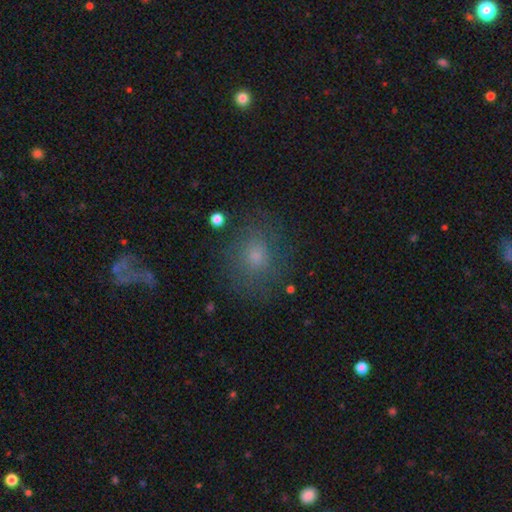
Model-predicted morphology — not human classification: A smooth galaxy with no disk features (55%) that is round (72%).

Vote fractions:
- Smooth or featured? smooth: 55% / featured or disk: 24% / star or artifact: 20%
- How rounded? round: 72% / in between: 27% / cigar-shaped: 1%
- Merging? none: 74% / minor disturbance: 14% / major disturbance: 10% / merger: 3%